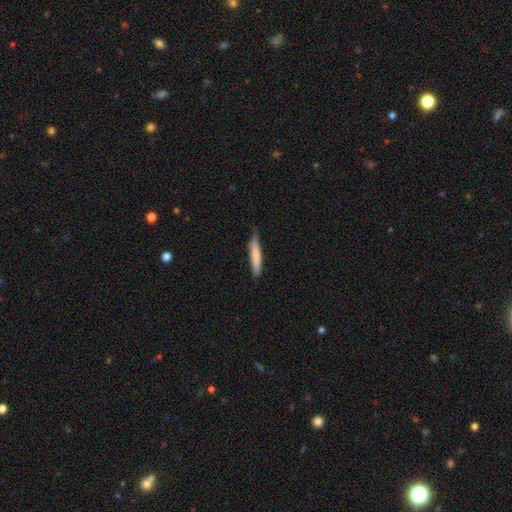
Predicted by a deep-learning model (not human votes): smooth_or_featured: smooth (p=0.76) [alt: featured or disk p=0.18]
how_rounded: cigar-shaped (p=0.91) [alt: in between p=0.08]
merging: none (p=0.70) [alt: minor disturbance p=0.25]